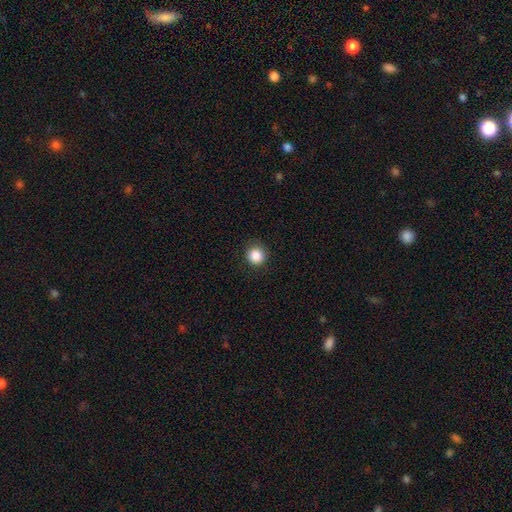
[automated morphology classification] Smooth or featured?
  - smooth: 86% *
  - star or artifact: 10%
  - featured or disk: 3%
How rounded?
  - round: 93% *
  - in between: 6%
  - cigar-shaped: 1%
Merging?
  - none: 87% *
  - minor disturbance: 9%
  - major disturbance: 3%
  - merger: 1%